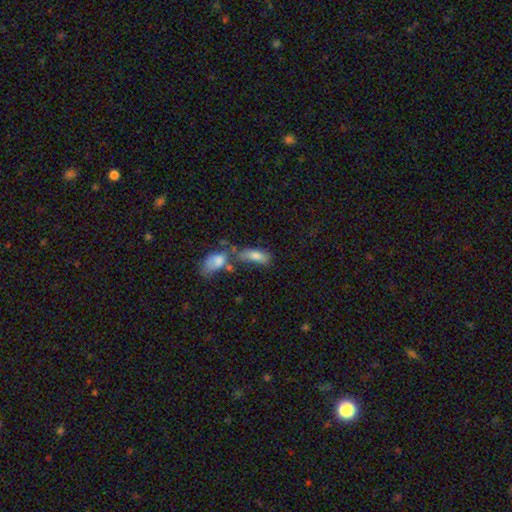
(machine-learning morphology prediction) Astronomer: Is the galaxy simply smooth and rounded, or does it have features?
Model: smooth — 77%.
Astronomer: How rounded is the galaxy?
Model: in between — 73%.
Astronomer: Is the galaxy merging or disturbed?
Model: merger — 38% (runner-up: none, 35%).